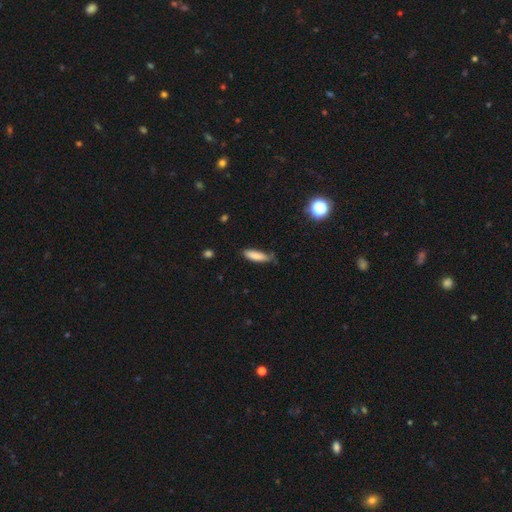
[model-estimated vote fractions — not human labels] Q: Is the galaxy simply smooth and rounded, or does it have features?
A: smooth — 83%.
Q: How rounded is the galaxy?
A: cigar-shaped — 59%.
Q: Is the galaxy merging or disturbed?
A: none — 58%.